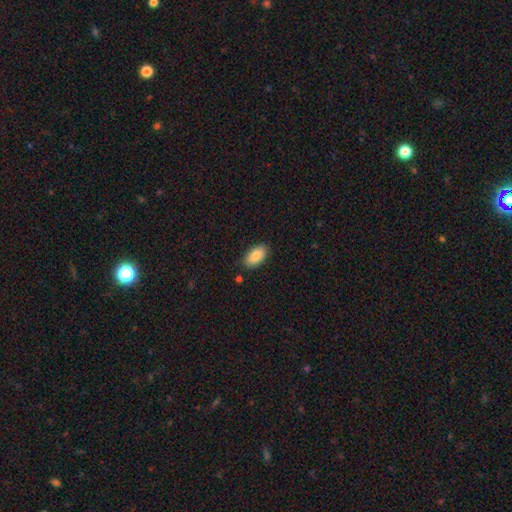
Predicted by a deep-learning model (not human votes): Smooth or featured? Predicted: smooth (p=0.85). How rounded? Predicted: in between (p=0.94). Merging? Predicted: none (p=0.85).